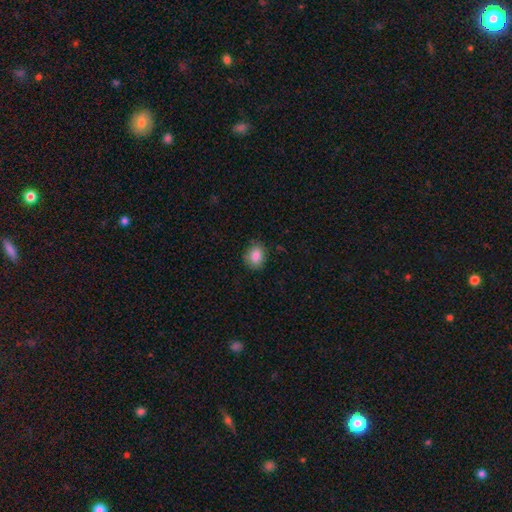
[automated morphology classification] A smooth galaxy with no disk features (86%) that is in between round and cigar-shaped (52%).

Vote fractions:
- Smooth or featured? smooth: 86% / star or artifact: 9% / featured or disk: 6%
- How rounded? in between: 52% / round: 47% / cigar-shaped: 1%
- Merging? none: 82% / minor disturbance: 14% / major disturbance: 3% / merger: 1%